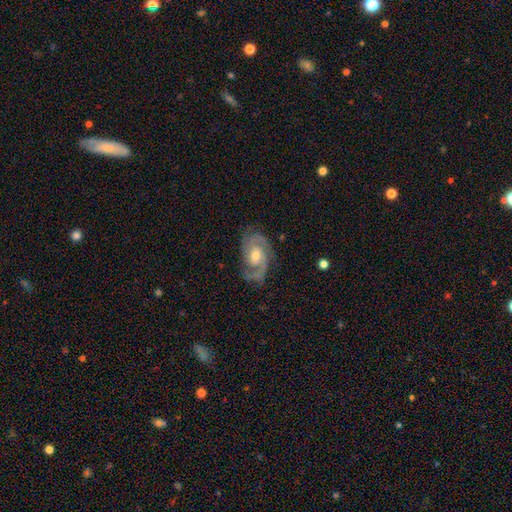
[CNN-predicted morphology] Overall: featured or disk (90%). Edge-on disk: no (97%). Bar: no (58%; weak 34%). Spiral arms: yes (98%). Spiral arm count: 2 (78%). Spiral winding: tight (48%; medium 44%). Bulge size: moderate (64%; small 29%). Merging: none (77%).